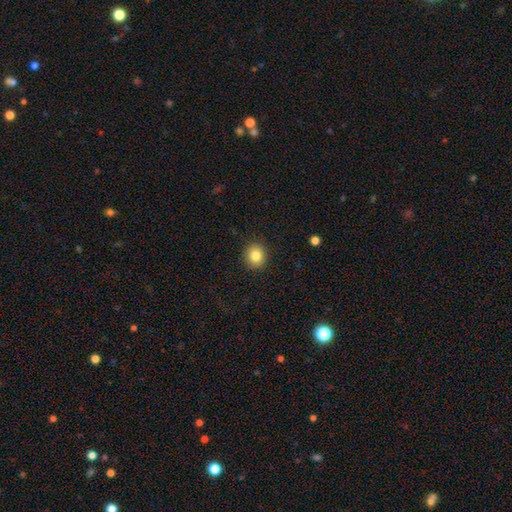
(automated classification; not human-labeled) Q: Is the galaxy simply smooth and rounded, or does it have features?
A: smooth — 84%.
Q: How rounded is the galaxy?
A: round — 84%.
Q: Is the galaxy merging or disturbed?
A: none — 91%.